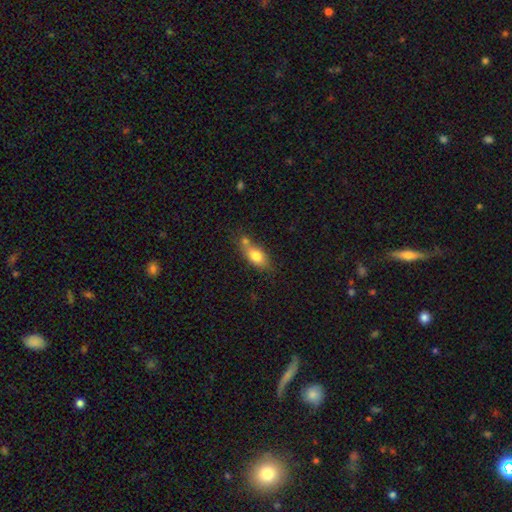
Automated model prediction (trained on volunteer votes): A smooth galaxy with no disk features (73%) that is in between round and cigar-shaped (76%). Merging: none (51%).